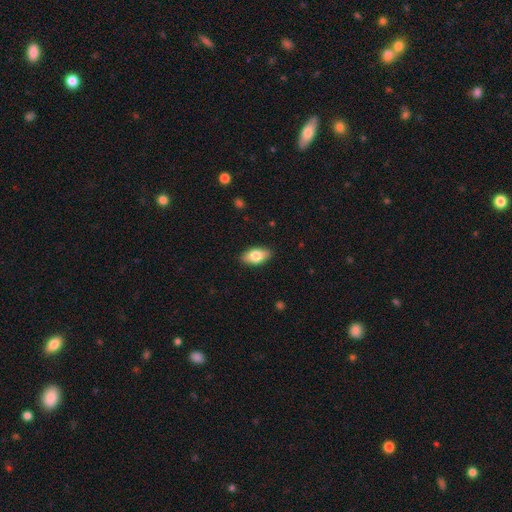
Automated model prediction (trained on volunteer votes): Smooth or featured? Predicted: smooth (p=0.77). How rounded? Predicted: in between (p=0.91). Merging? Predicted: none (p=0.88).